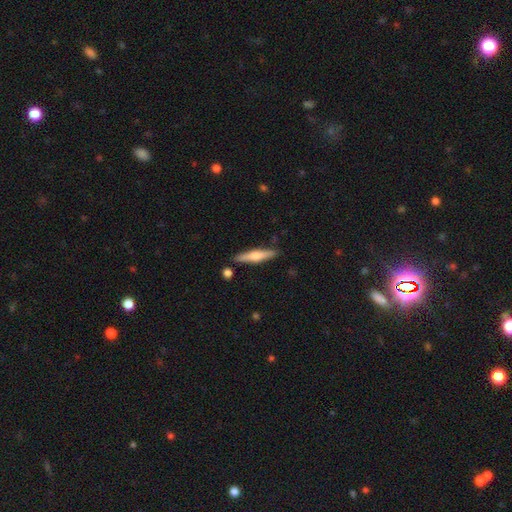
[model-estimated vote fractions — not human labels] Morphology: type=featured or disk (47%, tied with smooth); merging=none (86%).